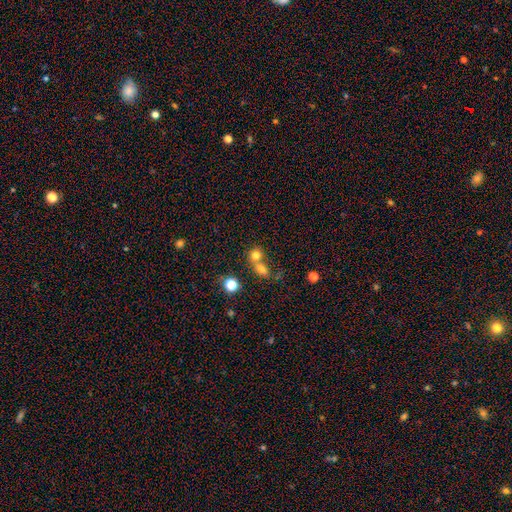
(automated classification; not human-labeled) Smooth or featured? smooth (75%)
How rounded? round (71%)
Merging? merger (58%)